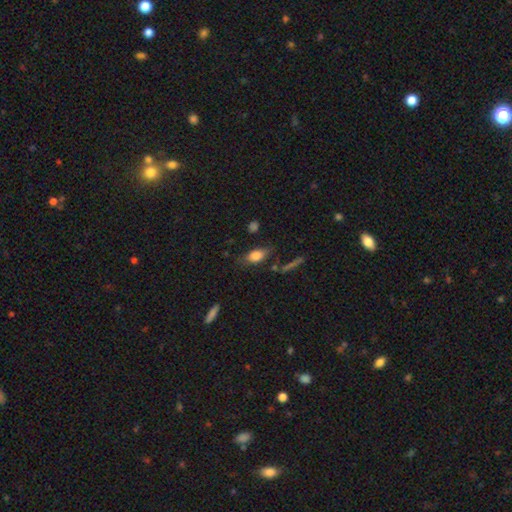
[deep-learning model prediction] smooth 78%, featured or disk 13%, star or artifact 9%. Down the decision tree: how rounded — in between (82%); merging — none (71%).